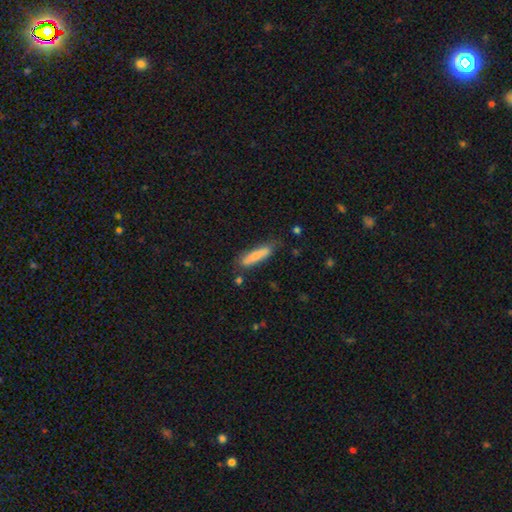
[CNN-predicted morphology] Smooth or featured? smooth (77%)
How rounded? cigar-shaped (79%)
Merging? none (72%)